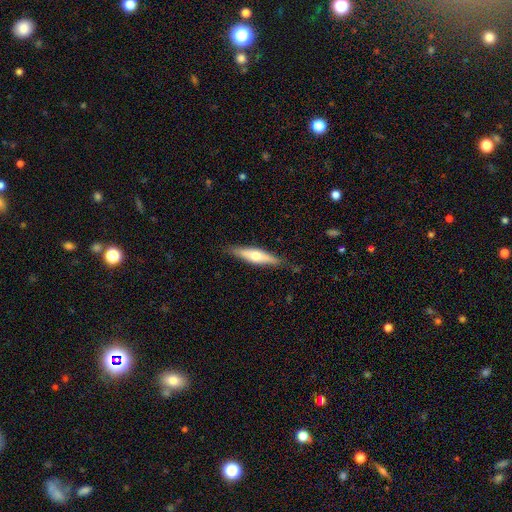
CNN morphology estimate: A smooth galaxy with no disk features (48%).

Vote fractions:
- Smooth or featured? smooth: 48% / featured or disk: 47% / star or artifact: 6%
- Merging? none: 84% / minor disturbance: 12% / major disturbance: 2% / merger: 1%